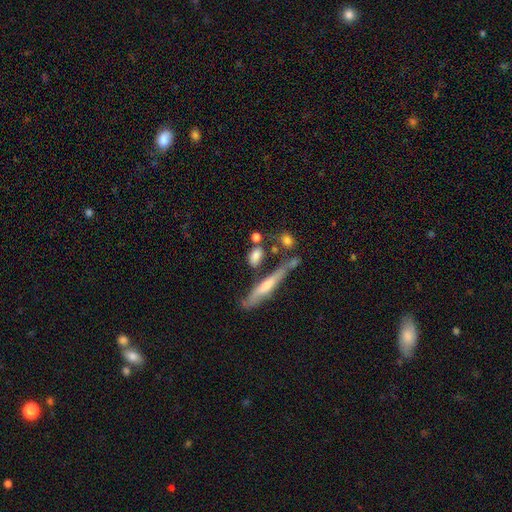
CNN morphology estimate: Overall: smooth (73%). How rounded: in between (58%; cigar-shaped 27%). Merging: none (59%).